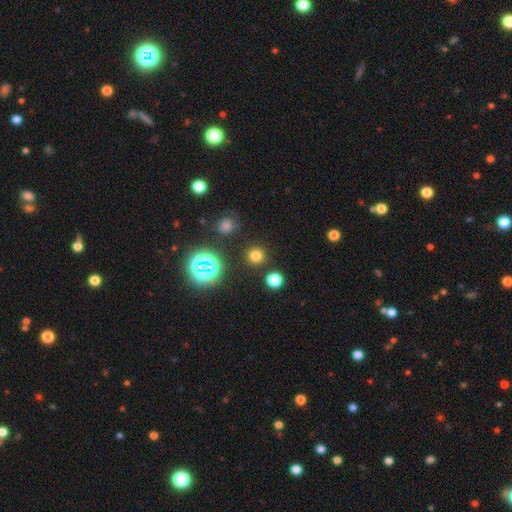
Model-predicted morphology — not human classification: Smooth or featured? smooth (70%)
How rounded? round (94%)
Merging? none (88%)